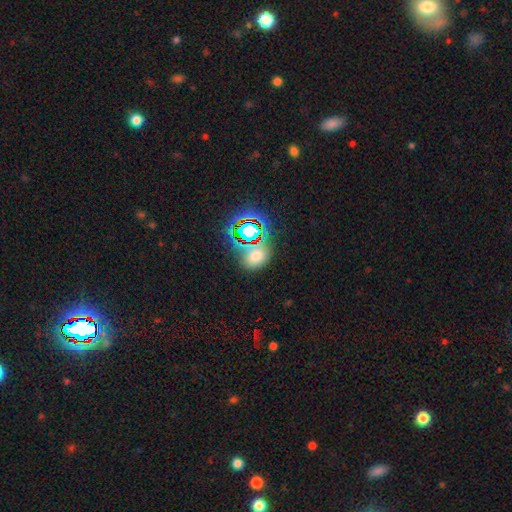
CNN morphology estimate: The model was most divided on "how rounded": in between: 56%, round: 43%, cigar-shaped: 2%. More confident: merging — none (66%); smooth or featured — smooth (53%).